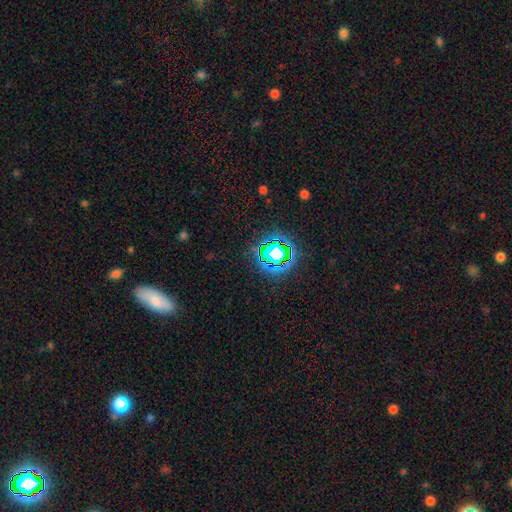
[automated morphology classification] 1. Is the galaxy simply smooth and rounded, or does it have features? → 65% star or artifact, 24% smooth, 11% featured or disk.